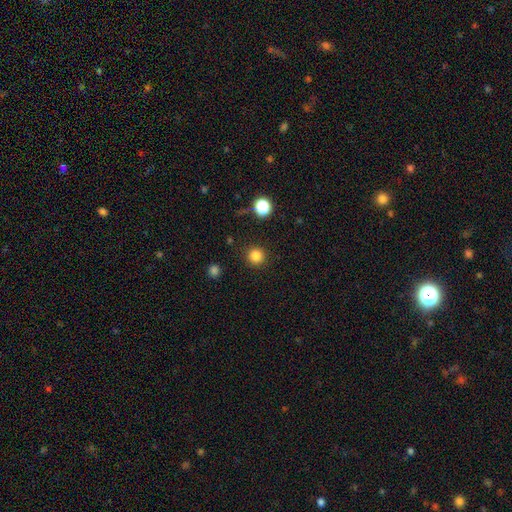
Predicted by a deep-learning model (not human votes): Smooth or featured? smooth (83%)
How rounded? round (95%)
Merging? none (91%)